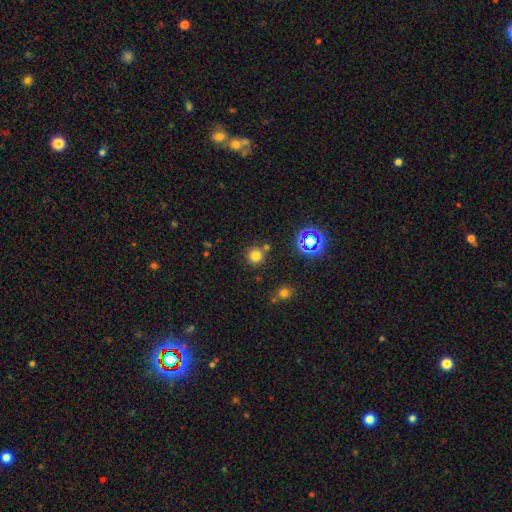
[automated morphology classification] Smooth or featured? Predicted: smooth (p=0.72). How rounded? Predicted: round (p=0.94). Merging? Predicted: none (p=0.78).